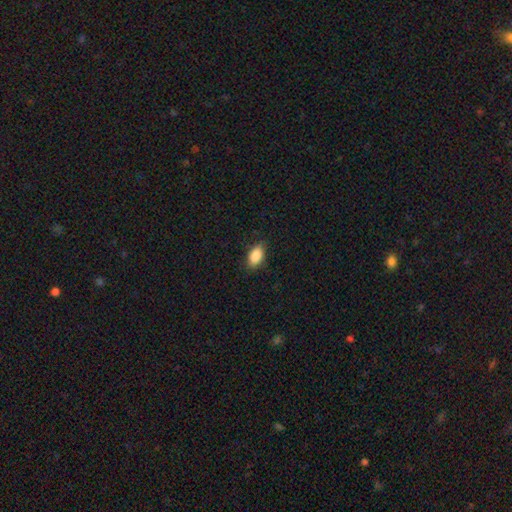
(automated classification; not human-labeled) Overall: smooth (88%). How rounded: in between (91%). Merging: none (85%).